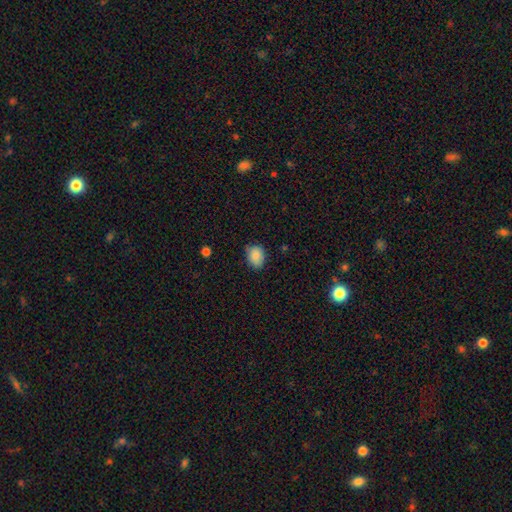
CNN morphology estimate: Q: Smooth or featured?
A: smooth (86%); runner-up: star or artifact (8%)
Q: How rounded?
A: in between (59%); runner-up: round (40%)
Q: Merging?
A: none (73%); runner-up: minor disturbance (22%)